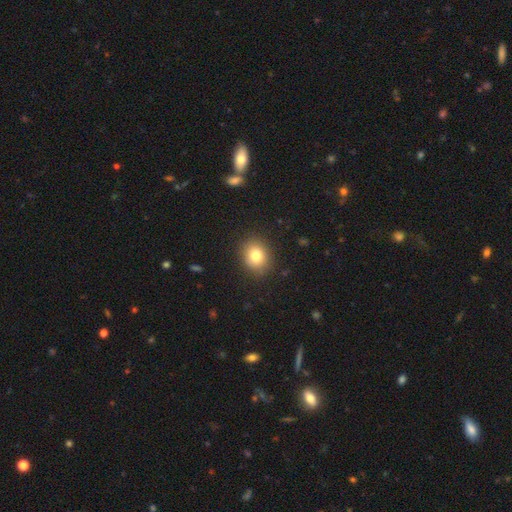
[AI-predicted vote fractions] Overall: smooth (81%). How rounded: round (63%; in between 36%). Merging: none (87%).